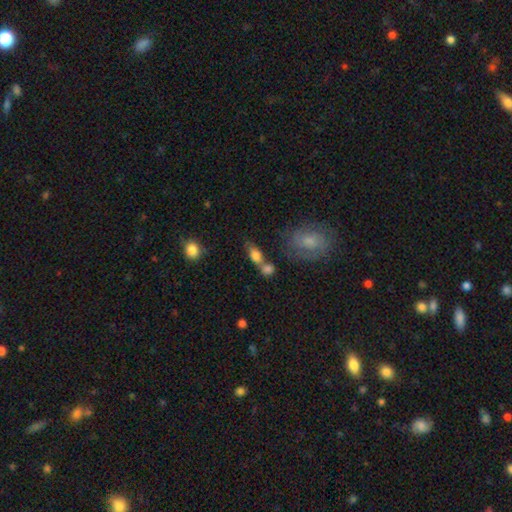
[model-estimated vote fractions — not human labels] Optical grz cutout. It shows a smooth galaxy with no disk features (78%) that is in between round and cigar-shaped (76%). Merging: merger (43%).